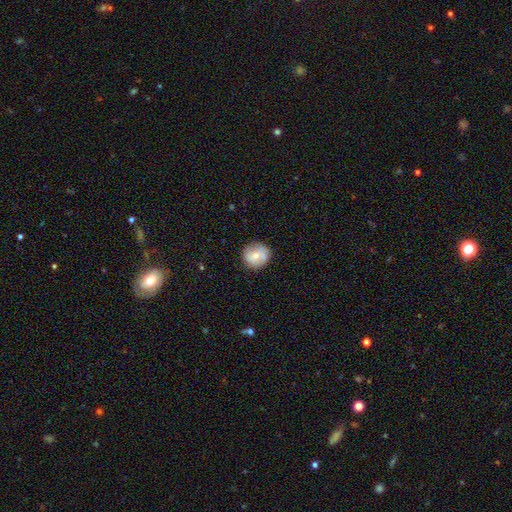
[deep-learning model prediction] Overall: smooth (51%; featured or disk 41%). How rounded: round (88%). Merging: none (81%).